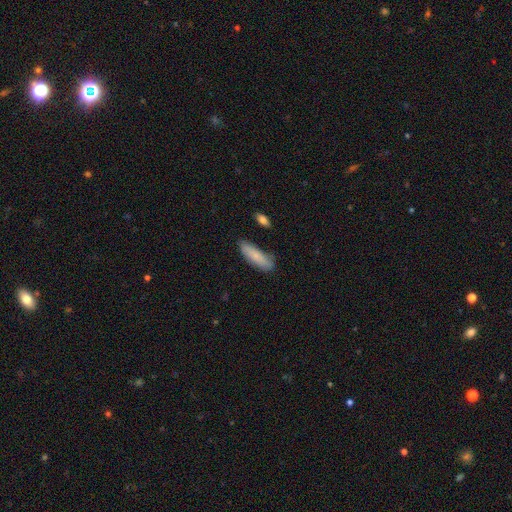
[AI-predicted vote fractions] Smooth or featured: smooth — 80% (featured or disk — 14%)
How rounded: cigar-shaped — 52% (in between — 46%)
Merging: none — 76% (minor disturbance — 18%)